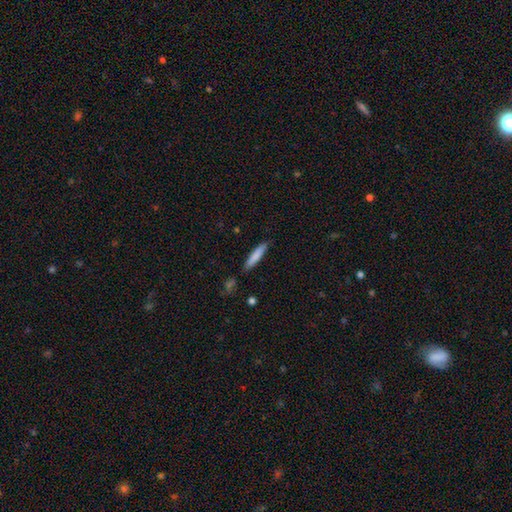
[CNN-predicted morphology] smooth 80%, featured or disk 14%, star or artifact 6%. Down the decision tree: how rounded — cigar-shaped (89%); merging — none (85%).